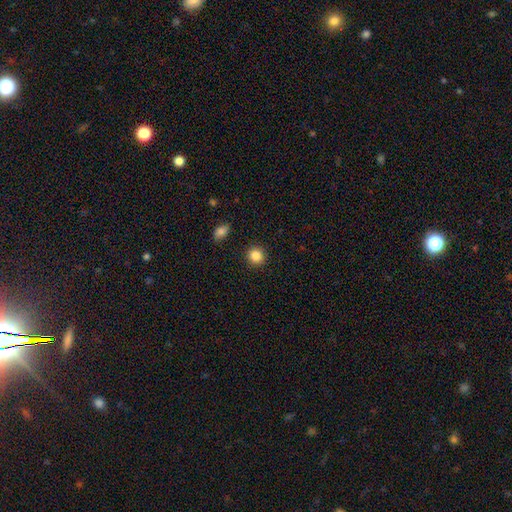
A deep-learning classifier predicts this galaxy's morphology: smooth 86%, star or artifact 10%, featured or disk 4%. Down the decision tree: how rounded — round (88%); merging — none (91%).